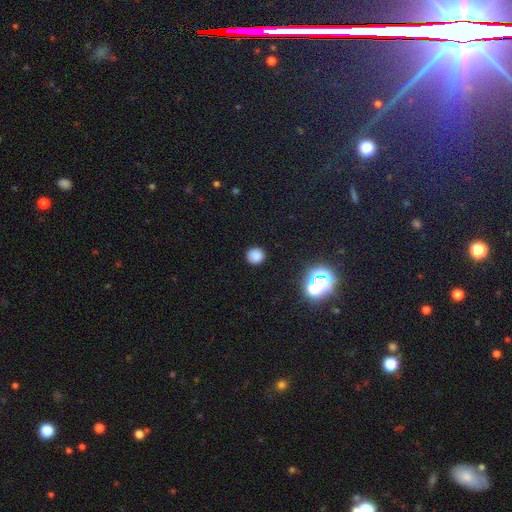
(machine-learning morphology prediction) This is likely a smooth galaxy (80%). How rounded: clearly round (90%). Merging: clearly none (89%).